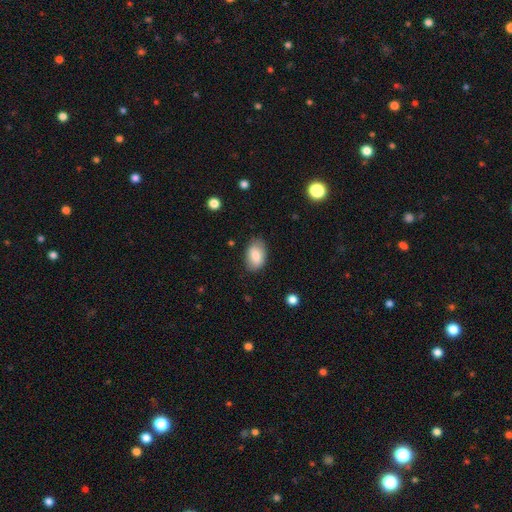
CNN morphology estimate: Smooth or featured: smooth — 82% (featured or disk — 11%)
How rounded: in between — 90% (round — 9%)
Merging: none — 78% (minor disturbance — 17%)